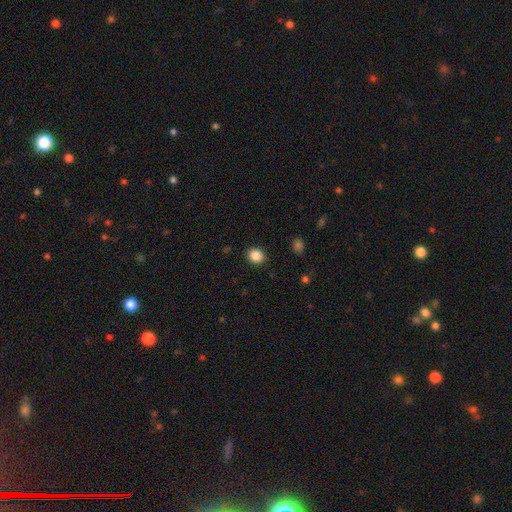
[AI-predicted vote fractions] The model was most divided on "how rounded": round: 67%, in between: 32%, cigar-shaped: 1%. More confident: merging — none (90%); smooth or featured — smooth (87%).